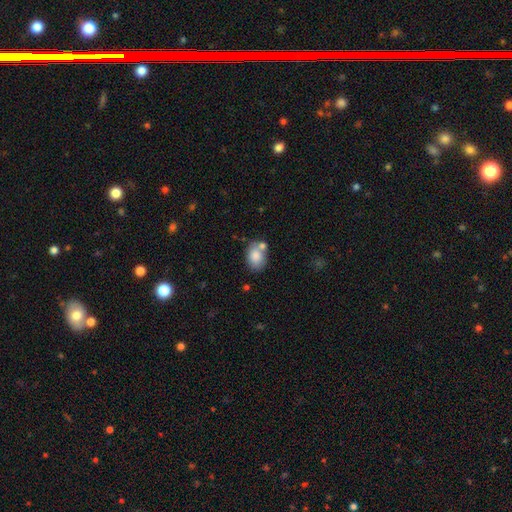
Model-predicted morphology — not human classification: Smooth or featured? Predicted: smooth (p=0.82). How rounded? Predicted: in between (p=0.77). Merging? Predicted: none (p=0.59).